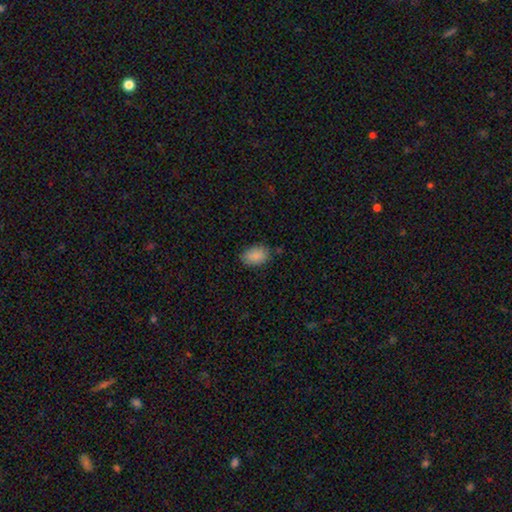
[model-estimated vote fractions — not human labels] This appears to be a smooth galaxy with no disk features (88%) that is in between round and cigar-shaped (86%). Merging: none (78%).